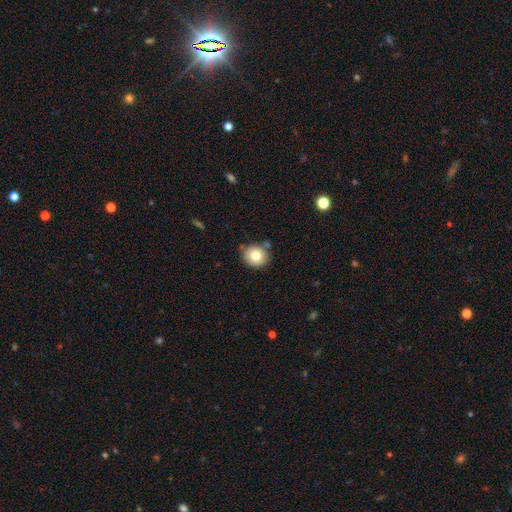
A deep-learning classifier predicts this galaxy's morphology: This is clearly a smooth galaxy (80%). How rounded: clearly round (81%). Merging: likely none (79%).